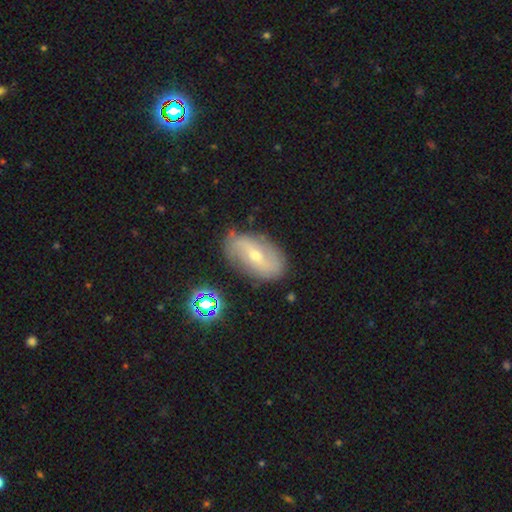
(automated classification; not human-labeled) Smooth or featured? featured or disk (65%)
Edge-on disk? no (92%)
Bar? weak (45%)
Spiral arms? yes (77%)
Bulge size? small (57%)
Merging? none (77%)